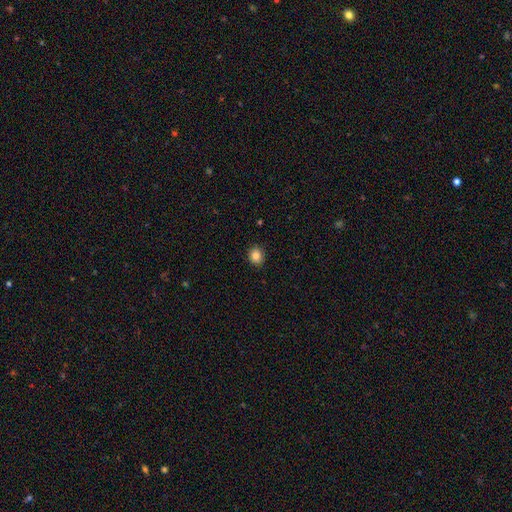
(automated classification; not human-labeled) smooth-or-featured: smooth: 85% | star or artifact: 10% | featured or disk: 5%
  how-rounded: round: 68% | in between: 31% | cigar-shaped: 1%
  merging: none: 90% | minor disturbance: 7% | major disturbance: 2% | merger: 1%